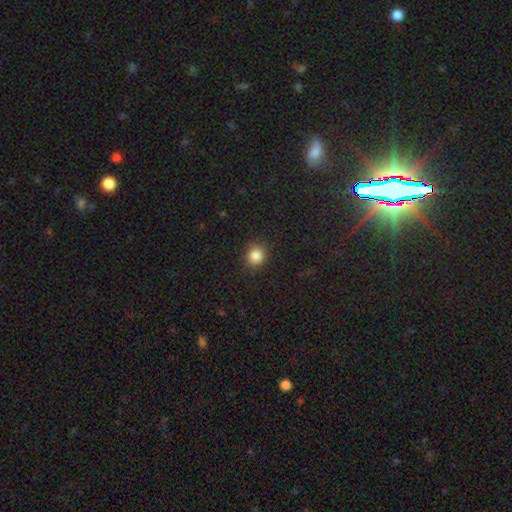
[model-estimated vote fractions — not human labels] Morphology: type=smooth (85%); roundness=round (85%); merging=none (87%).